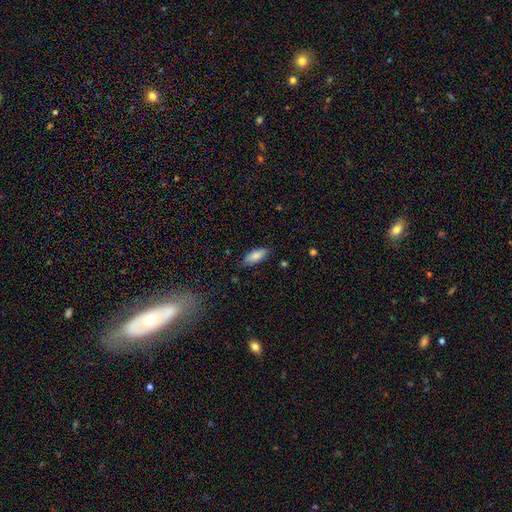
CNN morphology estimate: Smooth or featured?
  - smooth: 85% *
  - featured or disk: 8%
  - star or artifact: 6%
How rounded?
  - in between: 79% *
  - cigar-shaped: 19%
  - round: 2%
Merging?
  - none: 82% *
  - minor disturbance: 14%
  - major disturbance: 3%
  - merger: 1%